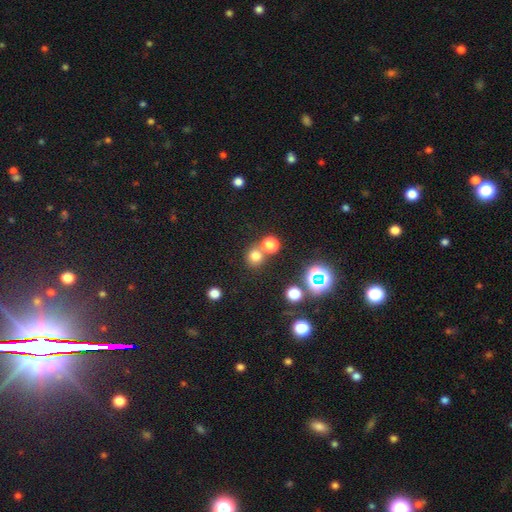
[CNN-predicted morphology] Smooth or featured: smooth — 71% (star or artifact — 22%)
How rounded: round — 87% (in between — 12%)
Merging: none — 63% (merger — 27%)